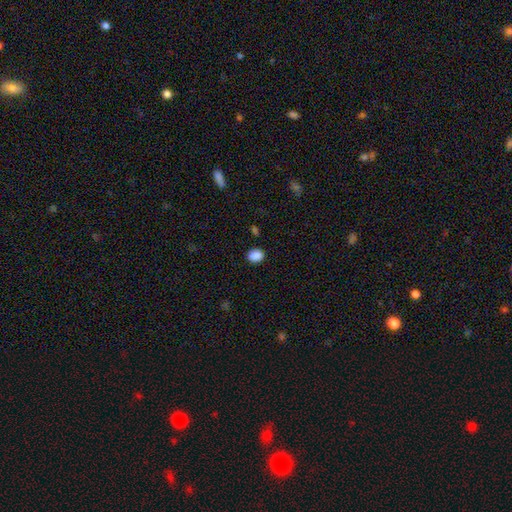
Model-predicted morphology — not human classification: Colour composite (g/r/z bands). It shows a smooth galaxy with no disk features (88%) that is in between round and cigar-shaped (58%). Merging: none (87%).